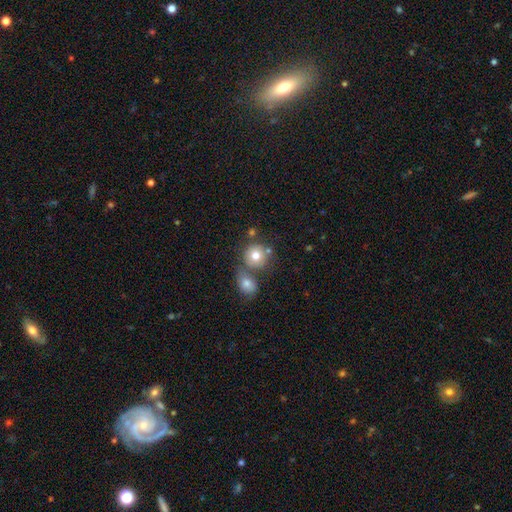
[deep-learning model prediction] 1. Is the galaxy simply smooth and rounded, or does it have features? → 75% smooth, 14% featured or disk, 11% star or artifact.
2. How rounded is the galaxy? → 86% round, 13% in between, 1% cigar-shaped.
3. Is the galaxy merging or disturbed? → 53% none, 34% merger, 9% minor disturbance, 4% major disturbance.